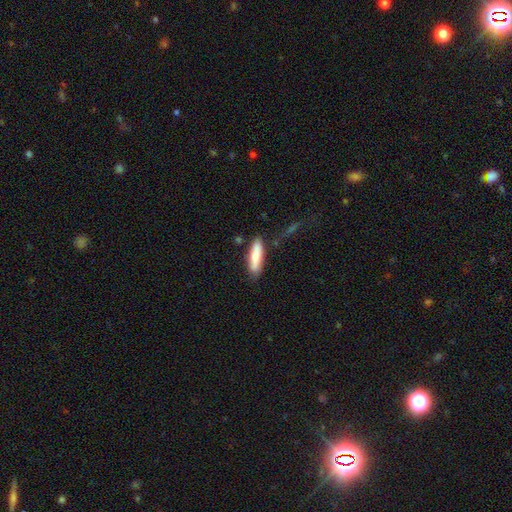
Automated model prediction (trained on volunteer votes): Overall: smooth (81%). How rounded: cigar-shaped (66%; in between 32%). Merging: none (76%).